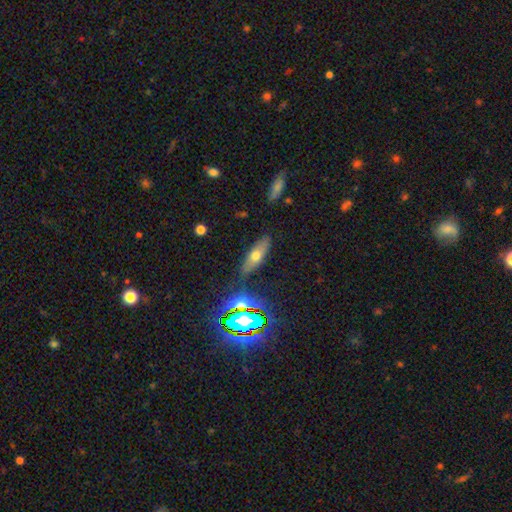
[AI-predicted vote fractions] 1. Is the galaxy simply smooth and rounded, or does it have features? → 56% smooth, 30% featured or disk, 14% star or artifact.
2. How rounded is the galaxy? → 58% in between, 37% cigar-shaped, 5% round.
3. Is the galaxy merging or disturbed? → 81% none, 12% minor disturbance, 3% major disturbance, 3% merger.